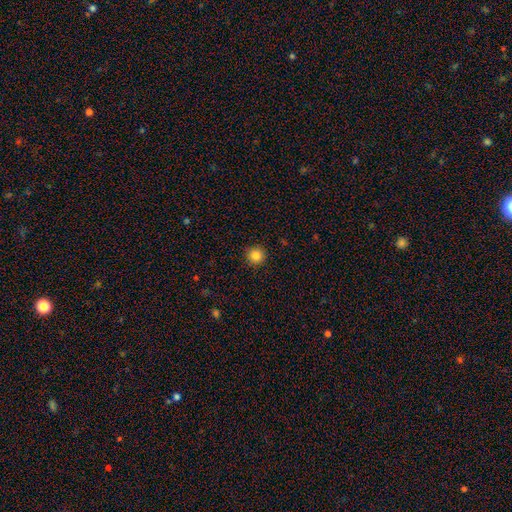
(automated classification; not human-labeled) smooth 84%, star or artifact 11%, featured or disk 5%. Down the decision tree: how rounded — round (94%); merging — none (92%).